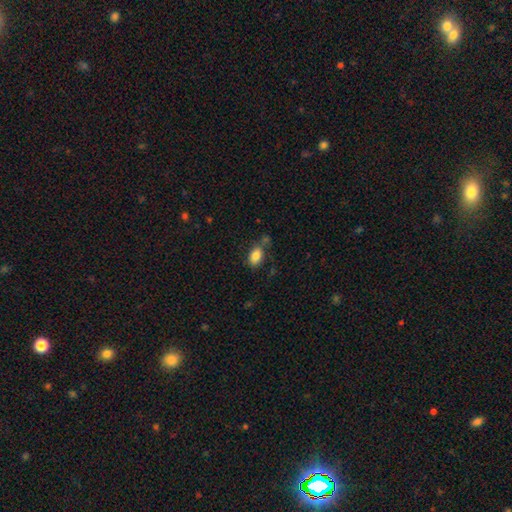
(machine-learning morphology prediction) smooth 85%, star or artifact 9%, featured or disk 6%. Down the decision tree: how rounded — in between (89%); merging — none (61%).